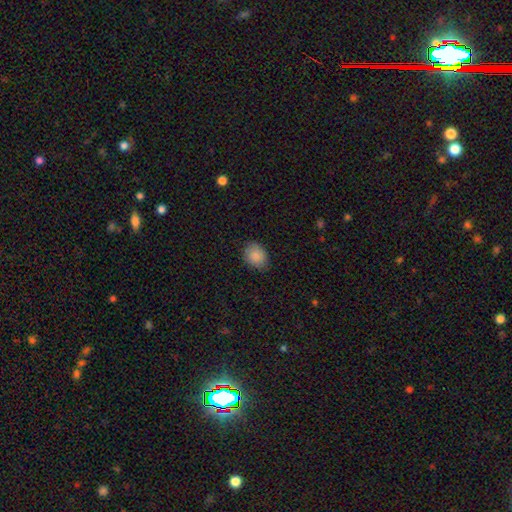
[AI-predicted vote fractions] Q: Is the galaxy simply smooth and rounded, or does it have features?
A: smooth — 88%.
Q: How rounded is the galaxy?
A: in between — 55%.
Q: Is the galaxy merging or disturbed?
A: none — 81%.